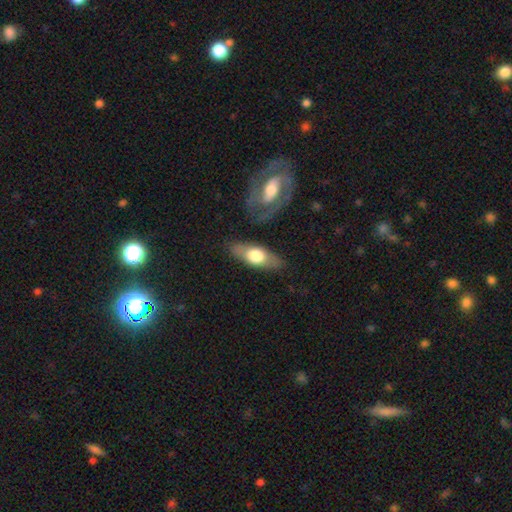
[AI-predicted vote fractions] smooth_or_featured: smooth (p=0.56) [alt: featured or disk p=0.38]
how_rounded: in between (p=0.73) [alt: cigar-shaped p=0.23]
merging: none (p=0.79) [alt: minor disturbance p=0.13]